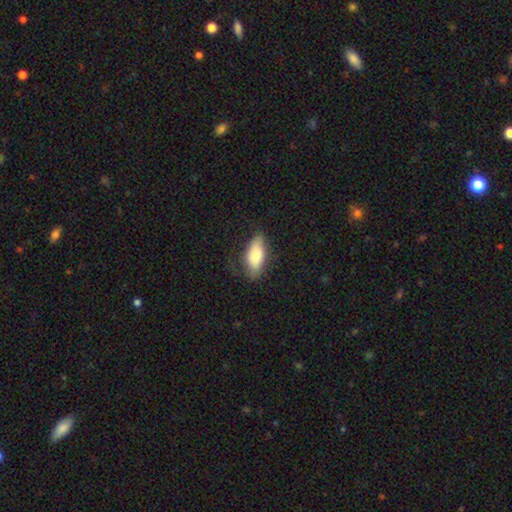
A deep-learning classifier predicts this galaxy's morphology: Smooth or featured?
  - smooth: 77% *
  - featured or disk: 16%
  - star or artifact: 6%
How rounded?
  - in between: 83% *
  - cigar-shaped: 15%
  - round: 3%
Merging?
  - none: 64% *
  - minor disturbance: 26%
  - major disturbance: 9%
  - merger: 1%